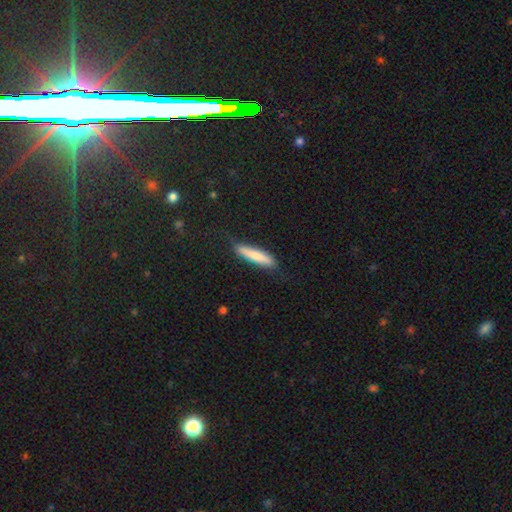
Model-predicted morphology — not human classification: Smooth or featured: smooth — 78% (featured or disk — 16%)
How rounded: cigar-shaped — 85% (in between — 14%)
Merging: none — 81% (minor disturbance — 14%)